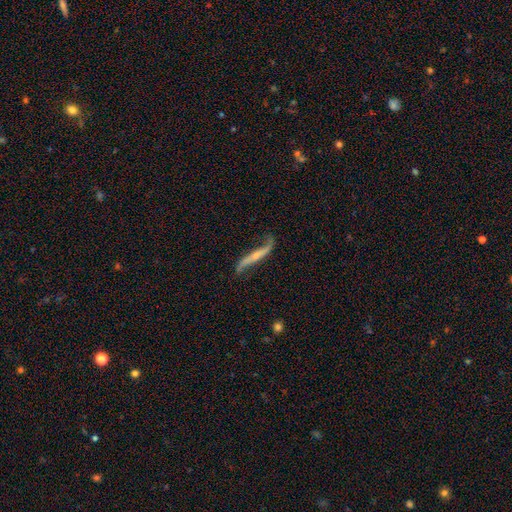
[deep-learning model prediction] Smooth or featured: featured or disk — 82% (smooth — 13%)
Edge-on disk: no — 59% (yes — 41%)
Merging: none — 61% (minor disturbance — 23%)